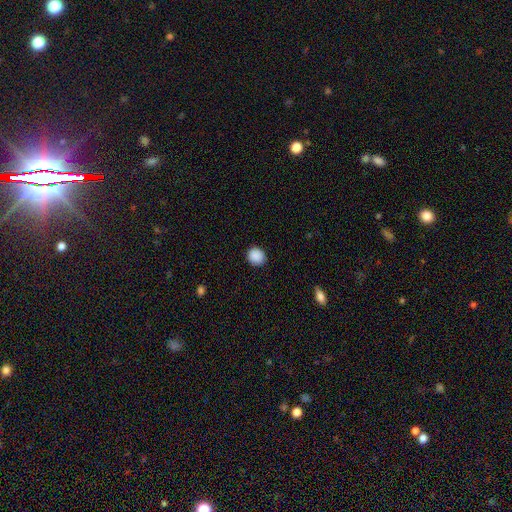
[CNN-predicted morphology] The model was most divided on "how rounded": round: 84%, in between: 15%, cigar-shaped: 1%. More confident: merging — none (89%); smooth or featured — smooth (89%).